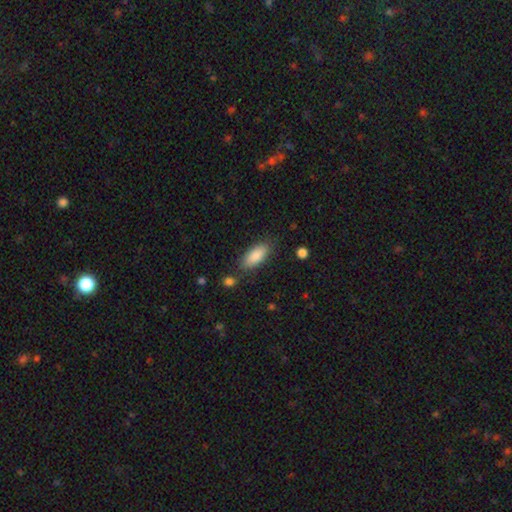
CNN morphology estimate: Q: Smooth or featured?
A: smooth (85%); runner-up: featured or disk (8%)
Q: How rounded?
A: in between (83%); runner-up: cigar-shaped (15%)
Q: Merging?
A: none (77%); runner-up: minor disturbance (14%)